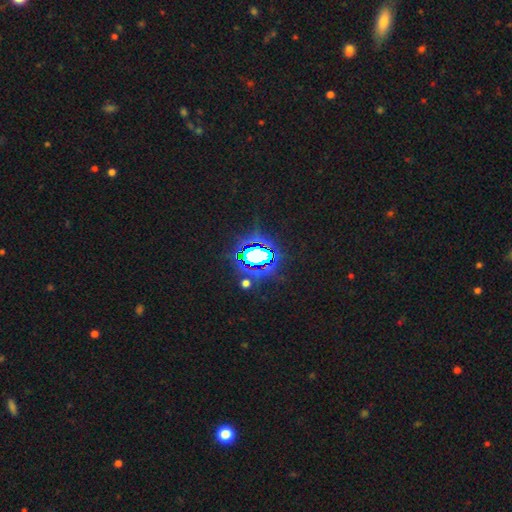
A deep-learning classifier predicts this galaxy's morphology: star or artifact 74%, smooth 15%, featured or disk 11%.